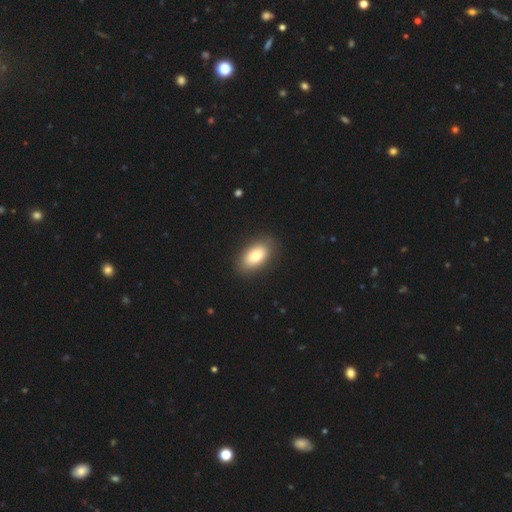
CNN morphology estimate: The model was most divided on "smooth or featured": smooth: 80%, featured or disk: 13%, star or artifact: 7%. More confident: how rounded — in between (91%); merging — none (87%).